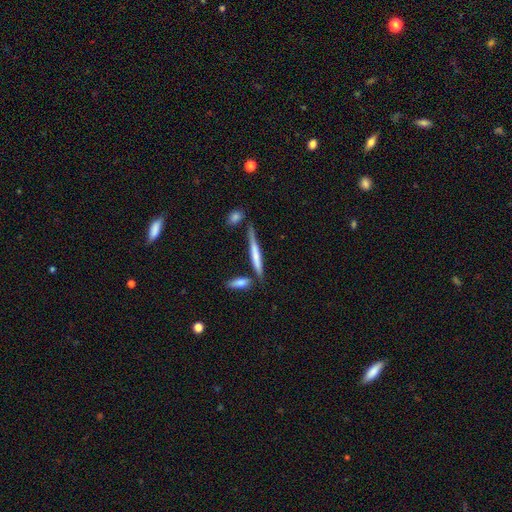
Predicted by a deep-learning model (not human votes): Smooth or featured? Predicted: smooth (p=0.59). How rounded? Predicted: cigar-shaped (p=0.93). Merging? Predicted: none (p=0.68).